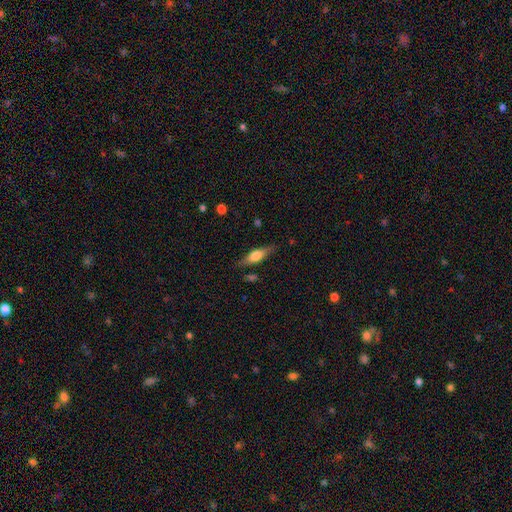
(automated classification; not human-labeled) The model was most divided on "smooth or featured": smooth: 48%, featured or disk: 45%, star or artifact: 7%. More confident: merging — none (80%).